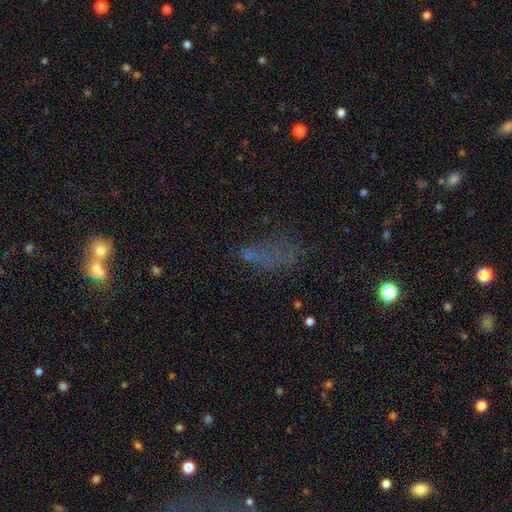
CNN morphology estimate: A smooth galaxy with no disk features (44%).

Vote fractions:
- Smooth or featured? smooth: 44% / star or artifact: 30% / featured or disk: 25%
- Merging? none: 39% / major disturbance: 35% / minor disturbance: 18% / merger: 7%